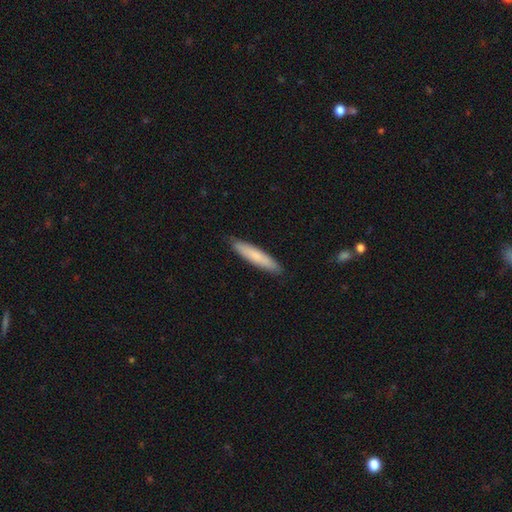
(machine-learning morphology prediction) The model was most divided on "smooth or featured": smooth: 77%, featured or disk: 18%, star or artifact: 5%. More confident: how rounded — cigar-shaped (88%); merging — none (88%).